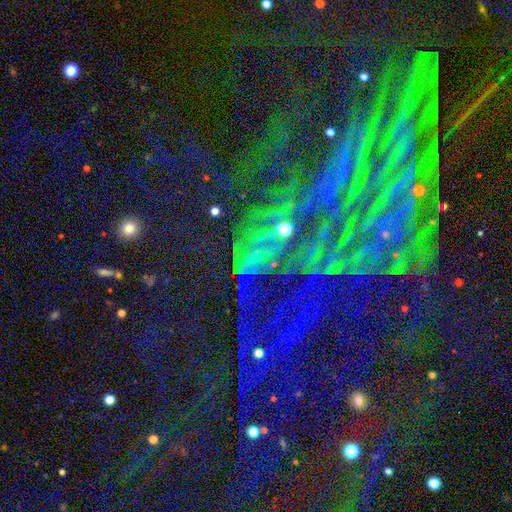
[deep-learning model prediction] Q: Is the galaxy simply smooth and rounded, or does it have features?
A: star or artifact — 78%.